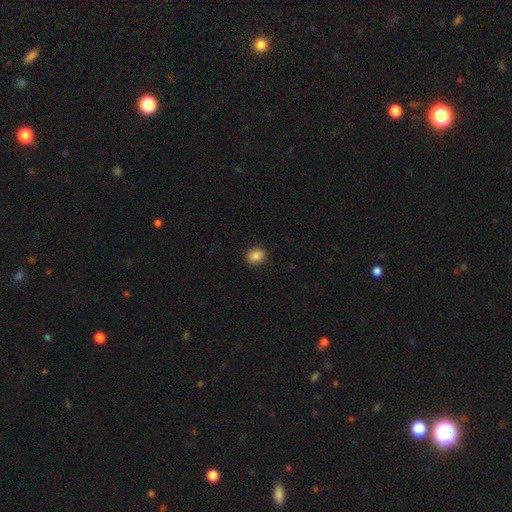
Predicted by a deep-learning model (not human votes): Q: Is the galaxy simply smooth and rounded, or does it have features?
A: smooth — 87%.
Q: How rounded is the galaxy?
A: round — 74%.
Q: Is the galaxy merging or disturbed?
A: none — 91%.